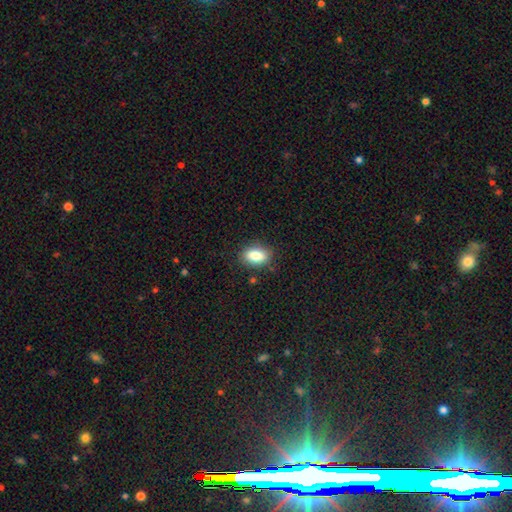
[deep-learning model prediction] Morphology: type=smooth (84%); roundness=in between (85%); merging=none (85%).